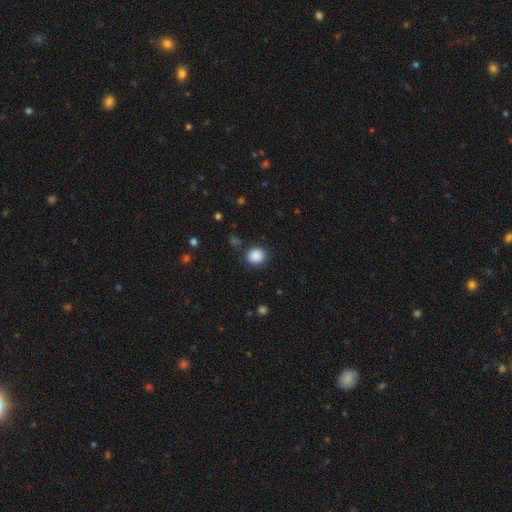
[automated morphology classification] The model was most divided on "merging": none: 86%, minor disturbance: 9%, major disturbance: 3%, merger: 2%. More confident: how rounded — round (88%); smooth or featured — smooth (88%).